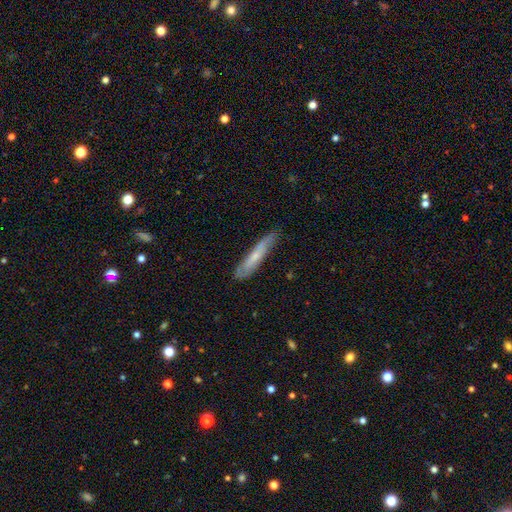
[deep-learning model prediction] Q: Smooth or featured?
A: smooth (56%); runner-up: featured or disk (39%)
Q: How rounded?
A: cigar-shaped (87%); runner-up: in between (12%)
Q: Merging?
A: none (73%); runner-up: minor disturbance (21%)